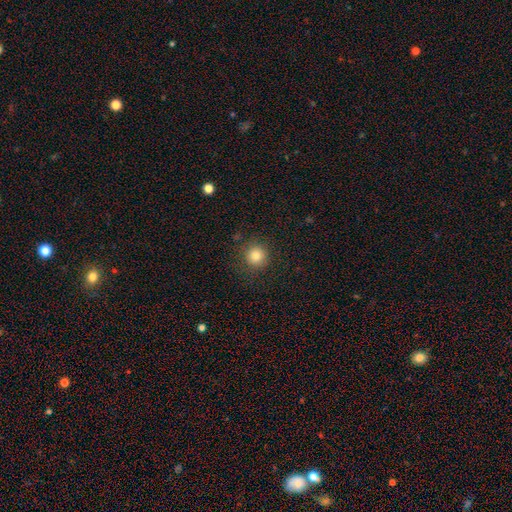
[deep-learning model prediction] Smooth or featured: smooth — 82% (star or artifact — 12%)
How rounded: round — 93% (in between — 6%)
Merging: none — 88% (minor disturbance — 8%)